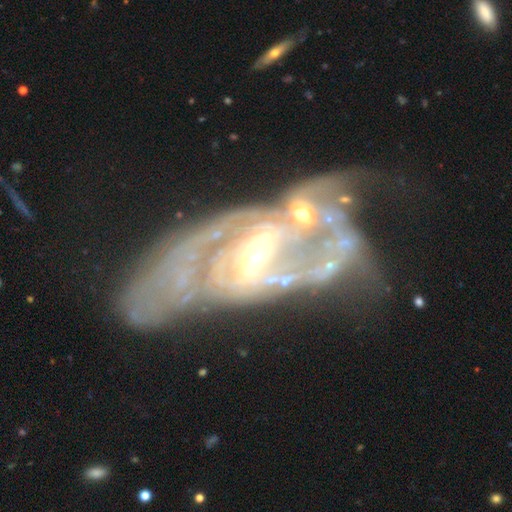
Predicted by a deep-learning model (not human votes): A featured or disk galaxy (88%) with a weak bar (39%), 2 (47%) medium (41%) spiral arms (87%) and a small central bulge (61%). Merging: none (30%).